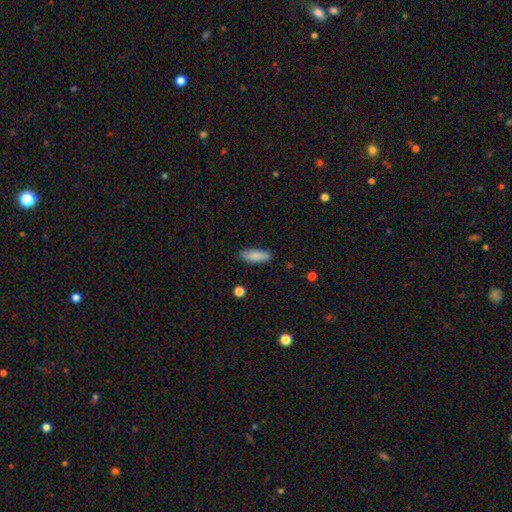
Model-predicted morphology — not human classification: The model was most divided on "how rounded": in between: 66%, cigar-shaped: 32%, round: 2%. More confident: smooth or featured — smooth (88%); merging — none (87%).